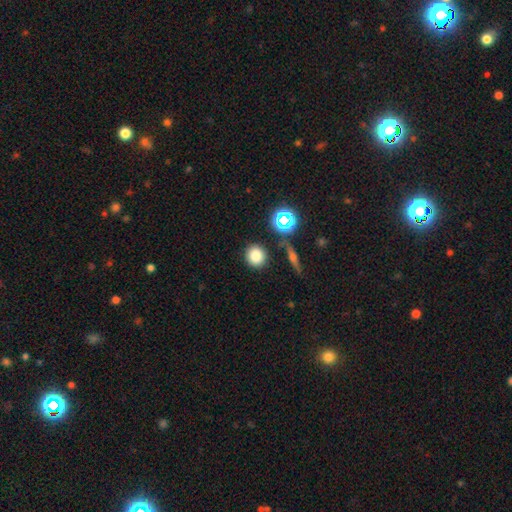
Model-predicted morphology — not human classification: A smooth galaxy with no disk features (78%) that is round (90%).

Vote fractions:
- Smooth or featured? smooth: 78% / star or artifact: 14% / featured or disk: 8%
- How rounded? round: 90% / in between: 9% / cigar-shaped: 1%
- Merging? none: 86% / minor disturbance: 7% / merger: 4% / major disturbance: 3%